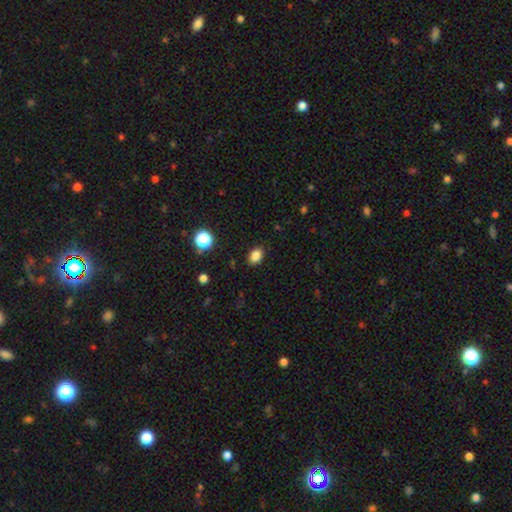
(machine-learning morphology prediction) This appears to be a smooth galaxy with no disk features (84%) that is in between round and cigar-shaped (71%). Merging: none (88%).